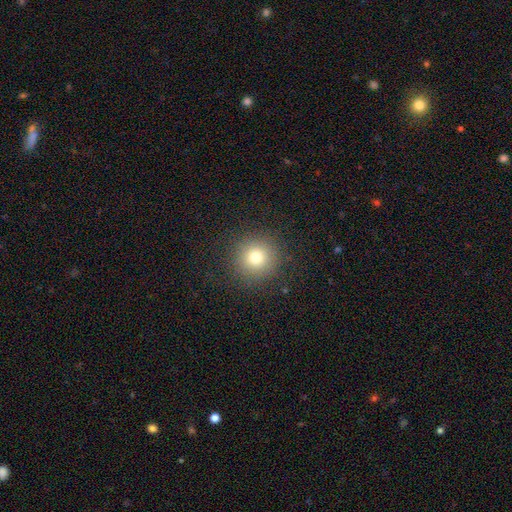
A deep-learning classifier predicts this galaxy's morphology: smooth-or-featured: smooth: 71% | star or artifact: 22% | featured or disk: 7%
  how-rounded: round: 96% | in between: 3% | cigar-shaped: 1%
  merging: none: 92% | minor disturbance: 5% | major disturbance: 2% | merger: 1%